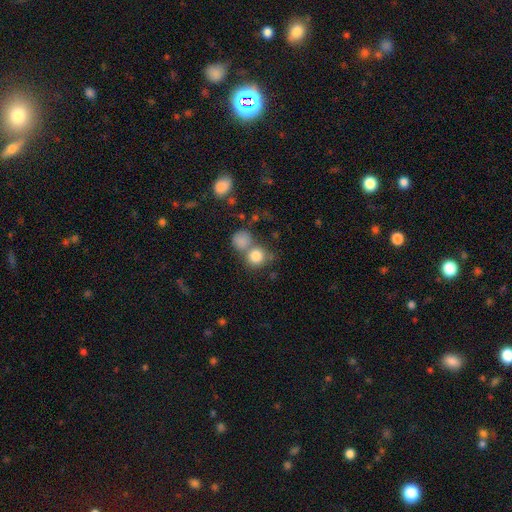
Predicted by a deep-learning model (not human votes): Smooth or featured: smooth — 83% (star or artifact — 10%)
How rounded: round — 84% (in between — 15%)
Merging: none — 46% (merger — 39%)